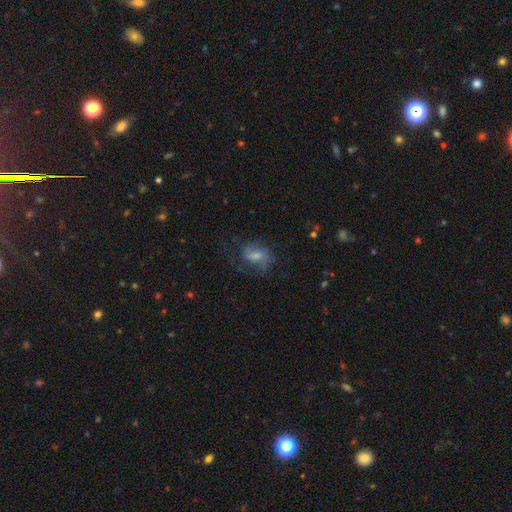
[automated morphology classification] Overall: featured or disk (55%; smooth 35%). Edge-on disk: no (96%). Bar: weak (46%; no 43%). Spiral arms: yes (82%). Bulge size: moderate (41%; small 32%). Merging: none (49%; major disturbance 29%).